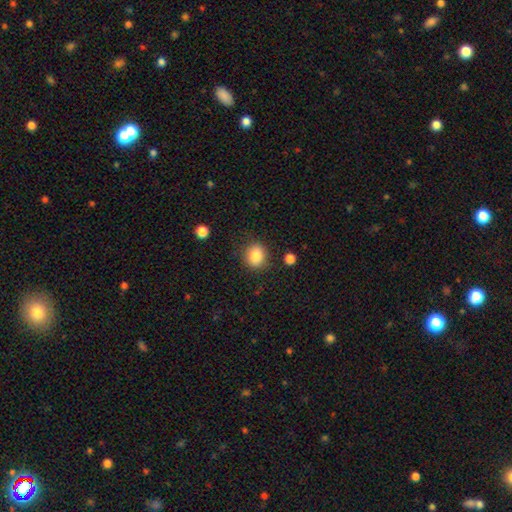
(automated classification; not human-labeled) This appears to be a smooth galaxy with no disk features (85%) that is round (68%). Merging: none (84%).